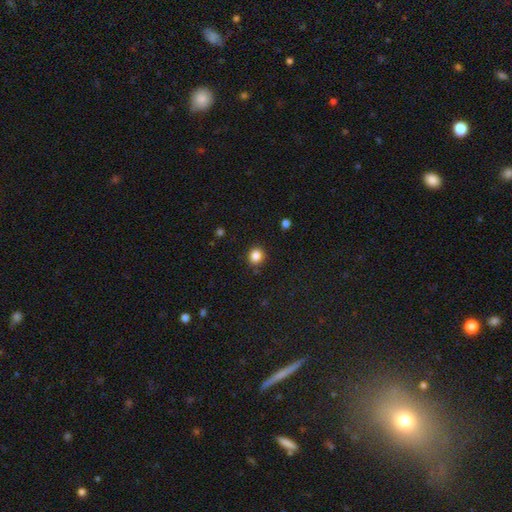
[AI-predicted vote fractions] A smooth galaxy with no disk features (85%) that is round (78%). Merging: none (88%).